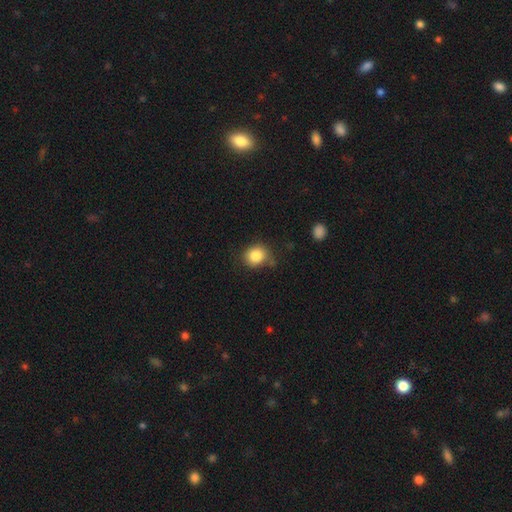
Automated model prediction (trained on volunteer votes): A smooth galaxy with no disk features (84%) that is round (76%). Merging: none (70%).